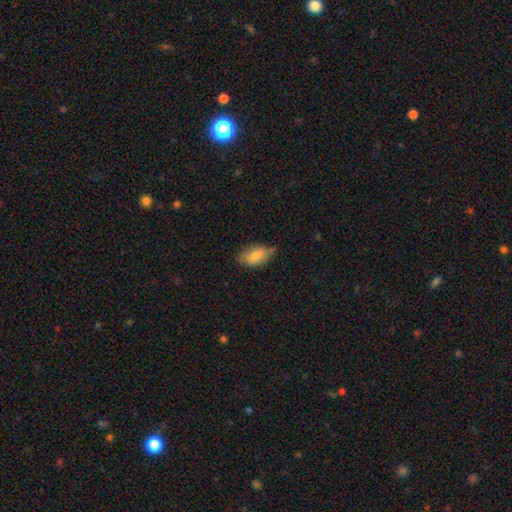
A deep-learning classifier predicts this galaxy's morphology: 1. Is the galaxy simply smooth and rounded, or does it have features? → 79% smooth, 14% featured or disk, 7% star or artifact.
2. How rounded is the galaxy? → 92% in between, 4% round, 4% cigar-shaped.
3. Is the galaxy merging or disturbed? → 62% none, 30% minor disturbance, 6% major disturbance, 2% merger.